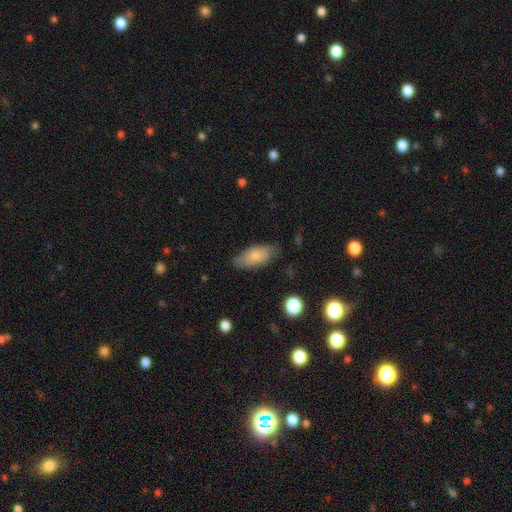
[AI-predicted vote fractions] This appears to be a smooth galaxy with no disk features (79%) that is in between round and cigar-shaped (88%). Merging: none (73%).